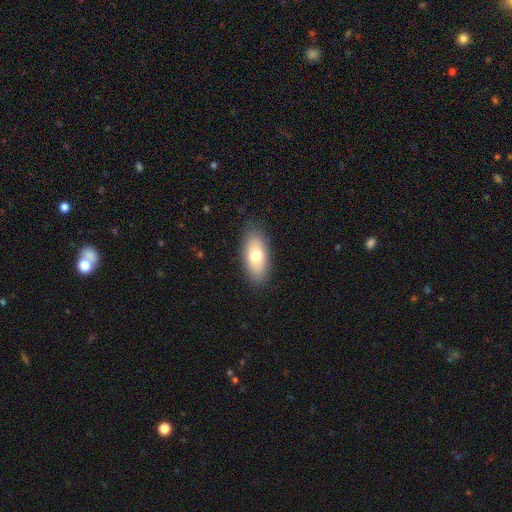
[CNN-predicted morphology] Smooth or featured? Predicted: smooth (p=0.72). How rounded? Predicted: in between (p=0.87). Merging? Predicted: none (p=0.85).